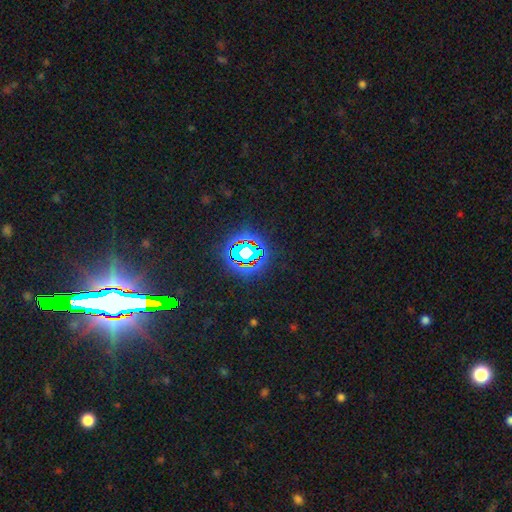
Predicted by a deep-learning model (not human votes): Smooth or featured: star or artifact — 83% (featured or disk — 9%)